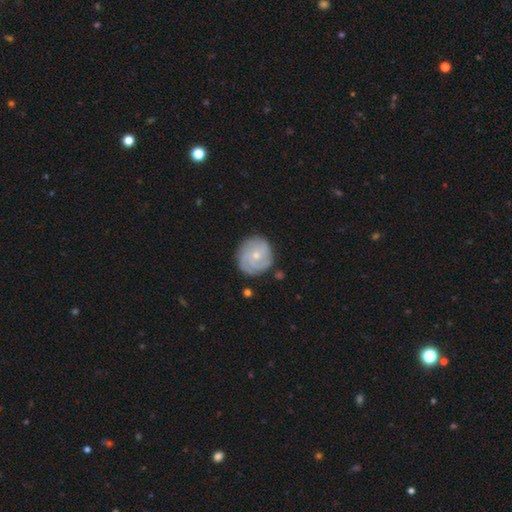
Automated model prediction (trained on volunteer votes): A featured or disk galaxy (67%) with no bar (78%), tight (66%) spiral arms (91%) and a small central bulge (60%).

Vote fractions:
- Smooth or featured? featured or disk: 67% / smooth: 26% / star or artifact: 7%
- Edge-on disk? no: 98% / yes: 2%
- Bar? no: 78% / weak: 20% / strong: 3%
- Spiral arms? yes: 91% / no: 9%
- Spiral winding? tight: 66% / medium: 26% / loose: 8%
- Spiral arm count? can't tell: 32% / 3: 24% / 4: 20% / 2: 11% / more than 4: 7% / 1: 6%
- Bulge size? small: 60% / moderate: 36% / none: 1% / large: 1% / dominant: 1%
- Merging? none: 79% / minor disturbance: 14% / major disturbance: 4% / merger: 2%